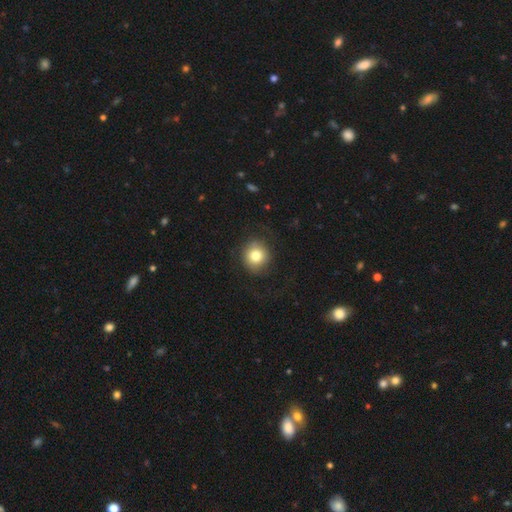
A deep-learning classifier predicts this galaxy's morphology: type=smooth (79%); roundness=round (87%); merging=none (80%).